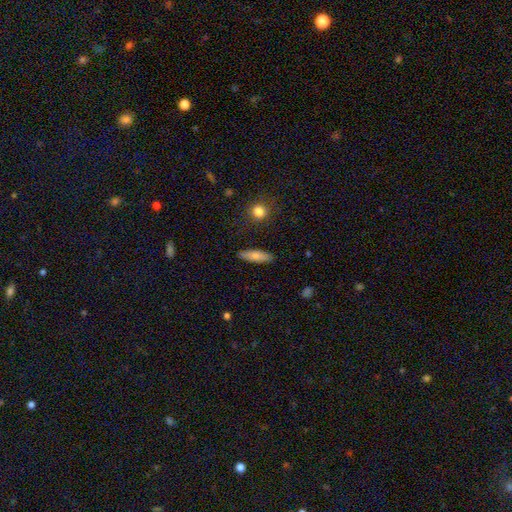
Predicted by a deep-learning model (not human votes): smooth-or-featured: smooth: 78% | featured or disk: 16% | star or artifact: 6%
  how-rounded: in between: 49% (tied) | cigar-shaped: 49% (tied) | round: 3%
  merging: none: 86% | minor disturbance: 10% | major disturbance: 2% | merger: 2%